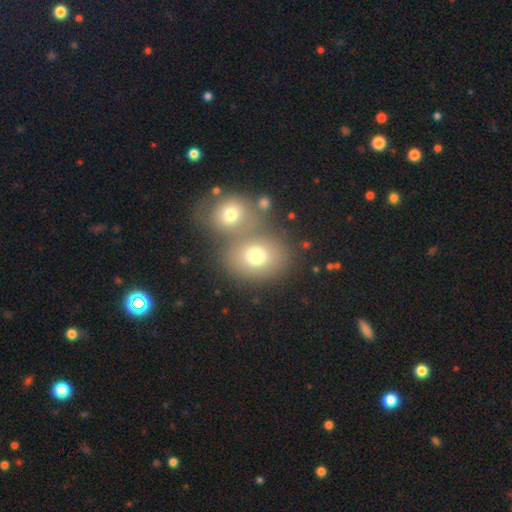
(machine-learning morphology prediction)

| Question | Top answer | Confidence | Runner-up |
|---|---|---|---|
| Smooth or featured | smooth | 74% | featured or disk (14%) |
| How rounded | round | 60% | in between (39%) |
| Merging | merger | 45% | none (43%) |